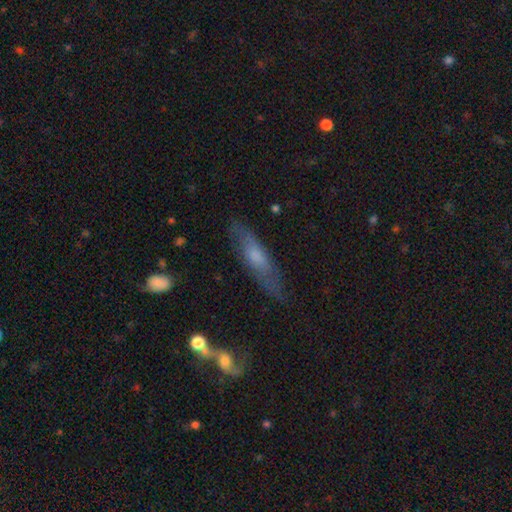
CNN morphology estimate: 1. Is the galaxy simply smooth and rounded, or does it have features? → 51% featured or disk, 40% smooth, 9% star or artifact.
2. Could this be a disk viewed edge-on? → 61% yes, 39% no.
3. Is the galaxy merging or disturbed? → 76% none, 17% minor disturbance, 5% major disturbance, 2% merger.